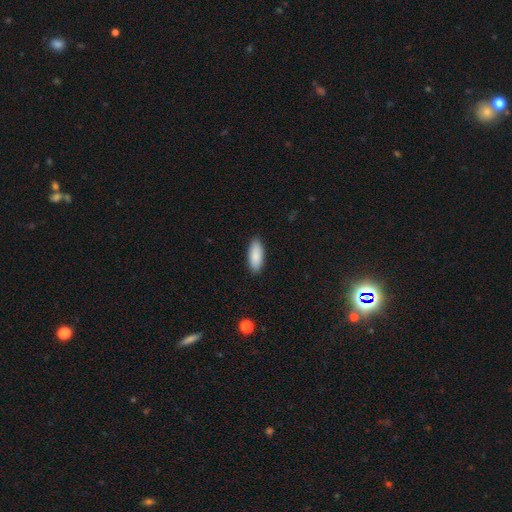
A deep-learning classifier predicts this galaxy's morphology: smooth 88%, featured or disk 7%, star or artifact 6%. Down the decision tree: how rounded — in between (84%); merging — none (89%).